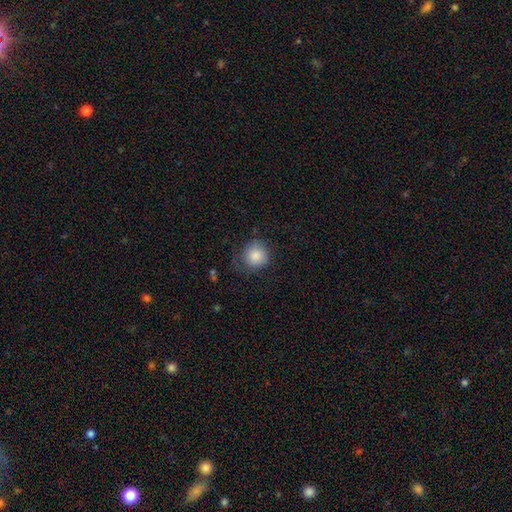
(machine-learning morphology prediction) Smooth or featured? smooth (86%)
How rounded? round (89%)
Merging? none (71%)